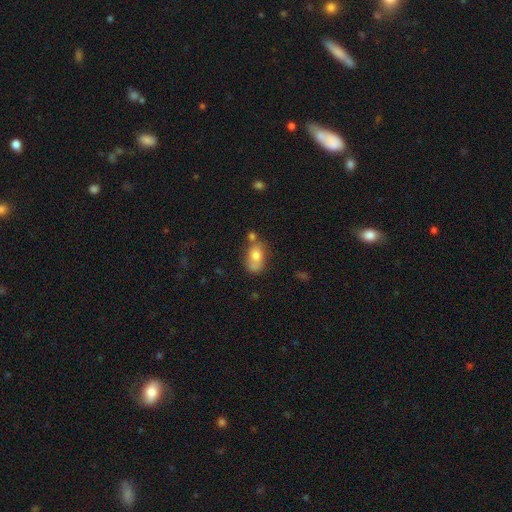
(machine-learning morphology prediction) Smooth or featured: smooth — 72% (featured or disk — 19%)
How rounded: in between — 75% (round — 23%)
Merging: none — 42% (merger — 27%)